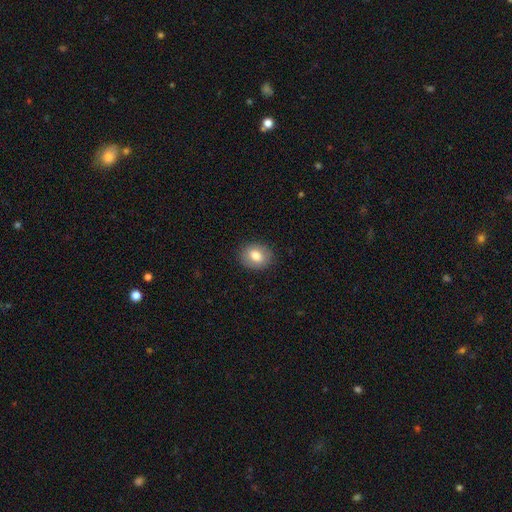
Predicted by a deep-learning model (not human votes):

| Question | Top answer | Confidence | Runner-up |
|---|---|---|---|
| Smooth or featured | smooth | 78% | featured or disk (14%) |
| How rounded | round | 53% | in between (46%) |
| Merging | none | 88% | minor disturbance (9%) |